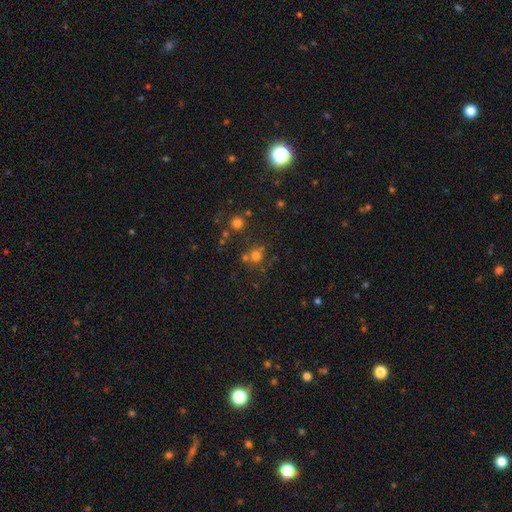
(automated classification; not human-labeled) Smooth or featured? smooth (69%)
How rounded? round (85%)
Merging? none (61%)